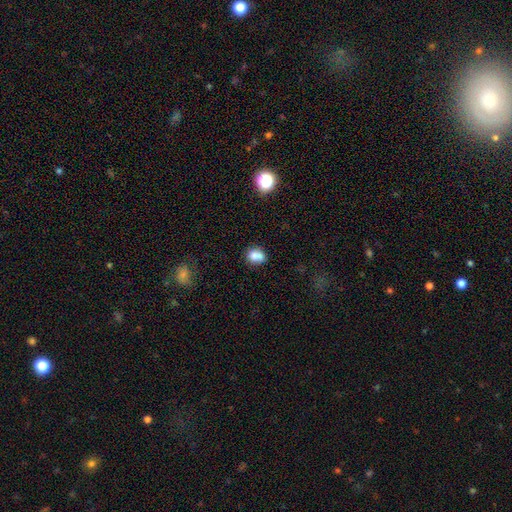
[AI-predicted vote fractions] Morphology: type=smooth (77%); roundness=round (58%); merging=none (45%).